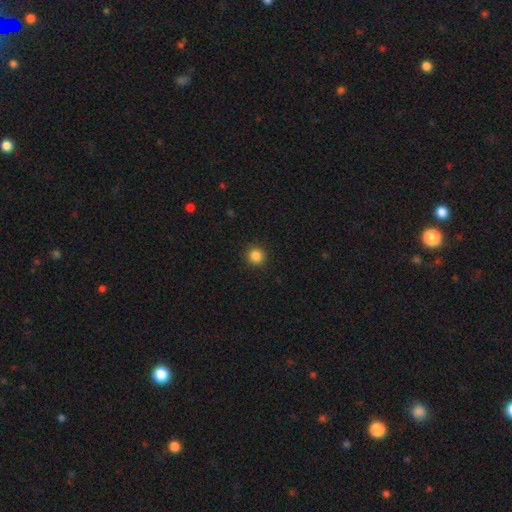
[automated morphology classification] smooth 86%, star or artifact 11%, featured or disk 3%. Down the decision tree: how rounded — round (95%); merging — none (92%).